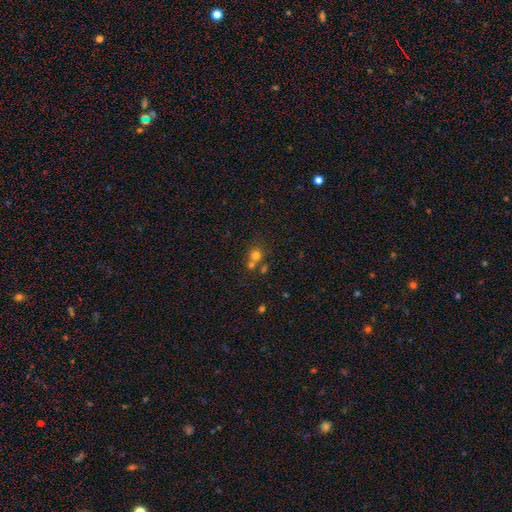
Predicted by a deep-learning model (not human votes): Smooth or featured? Predicted: smooth (p=0.72). How rounded? Predicted: round (p=0.85). Merging? Predicted: none (p=0.48).